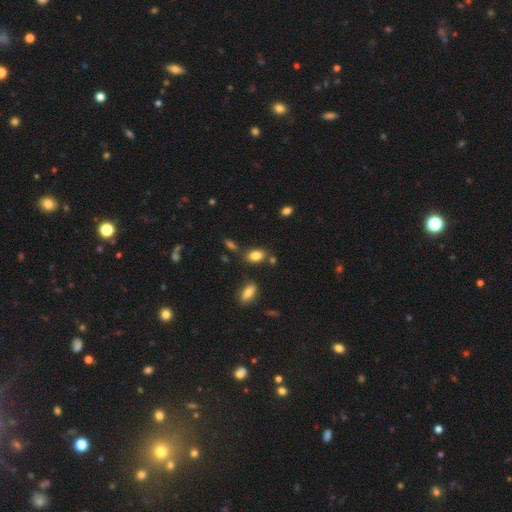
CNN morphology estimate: smooth_or_featured: smooth (p=0.84) [alt: star or artifact p=0.10]
how_rounded: in between (p=0.84) [alt: round p=0.13]
merging: none (p=0.73) [alt: minor disturbance p=0.14]